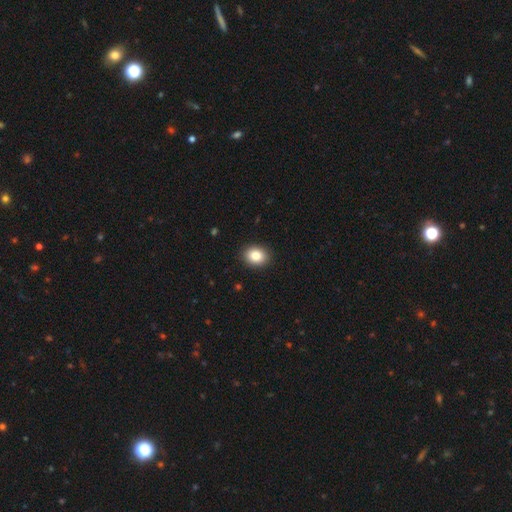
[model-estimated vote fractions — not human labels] The model was most divided on "how rounded": in between: 50%, round: 49%, cigar-shaped: 1%. More confident: merging — none (91%); smooth or featured — smooth (85%).